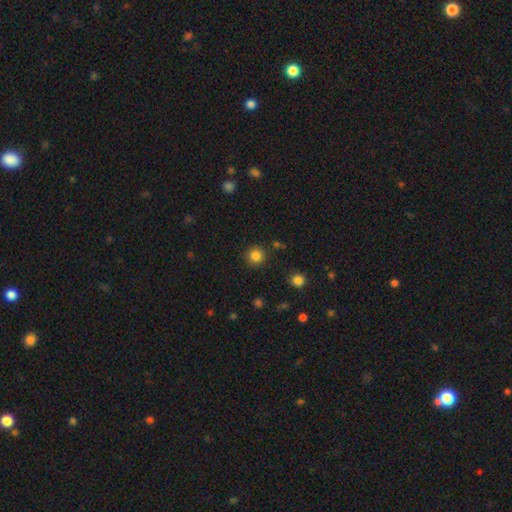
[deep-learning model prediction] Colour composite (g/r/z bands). It shows a smooth galaxy with no disk features (84%) that is round (93%). Merging: none (88%).